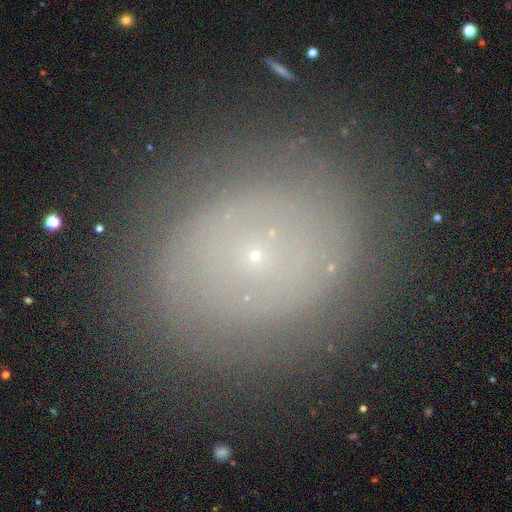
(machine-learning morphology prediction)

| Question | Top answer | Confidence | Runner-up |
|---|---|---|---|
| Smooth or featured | featured or disk | 52% | smooth (32%) |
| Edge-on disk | no | 96% | yes (4%) |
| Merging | none | 81% | minor disturbance (12%) |